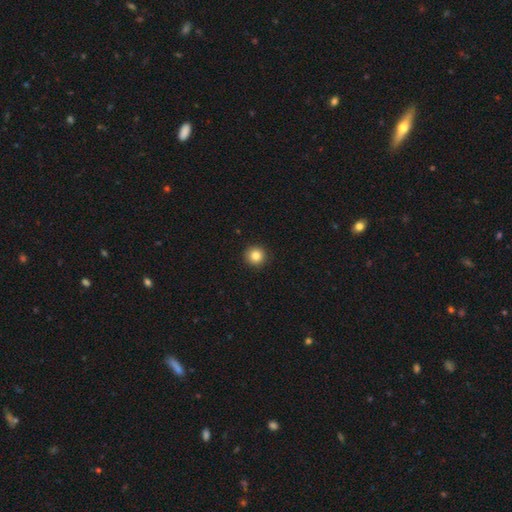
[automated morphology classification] Q: Smooth or featured?
A: smooth (85%); runner-up: star or artifact (10%)
Q: How rounded?
A: round (95%); runner-up: in between (4%)
Q: Merging?
A: none (93%); runner-up: minor disturbance (5%)